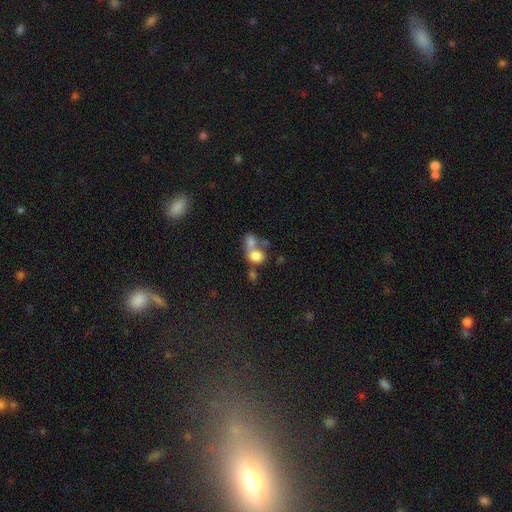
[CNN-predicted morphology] Overall: smooth (75%). How rounded: round (50%; in between 49%). Merging: merger (65%).